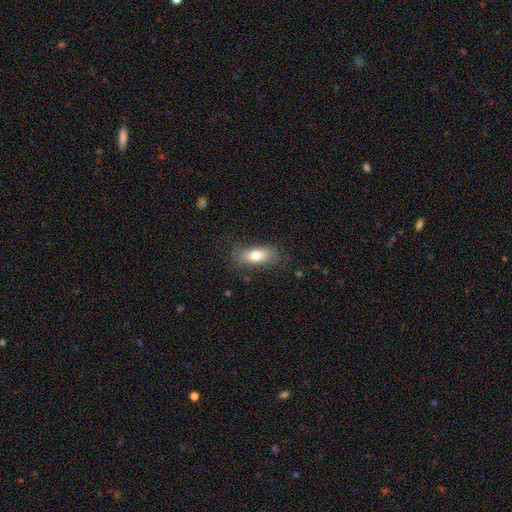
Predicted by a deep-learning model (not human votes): A smooth galaxy with no disk features (73%) that is in between round and cigar-shaped (79%). Merging: none (73%).